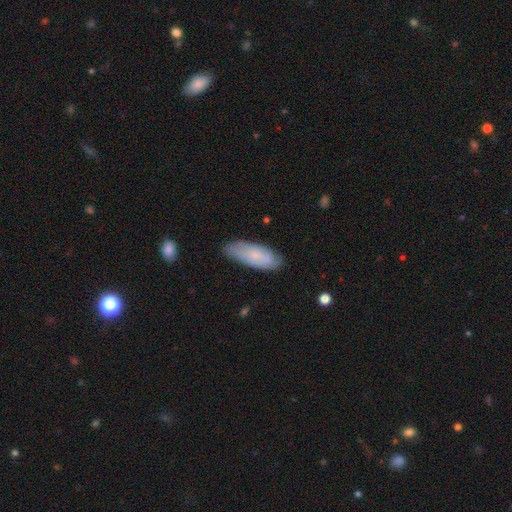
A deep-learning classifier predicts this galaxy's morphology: Smooth or featured? smooth (65%)
How rounded? in between (71%)
Merging? none (73%)